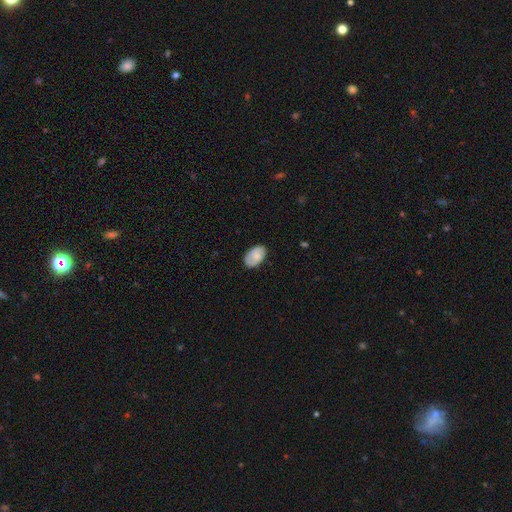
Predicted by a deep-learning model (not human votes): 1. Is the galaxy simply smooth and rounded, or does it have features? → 72% smooth, 21% featured or disk, 7% star or artifact.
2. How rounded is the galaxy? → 91% in between, 7% round, 1% cigar-shaped.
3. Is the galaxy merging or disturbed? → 80% none, 16% minor disturbance, 3% major disturbance, 1% merger.